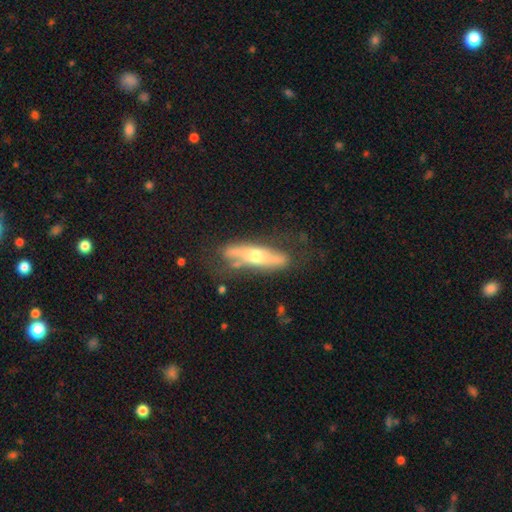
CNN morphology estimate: Q: Smooth or featured?
A: featured or disk (65%); runner-up: smooth (29%)
Q: Edge-on disk?
A: yes (55%); runner-up: no (45%)
Q: Merging?
A: none (61%); runner-up: minor disturbance (23%)